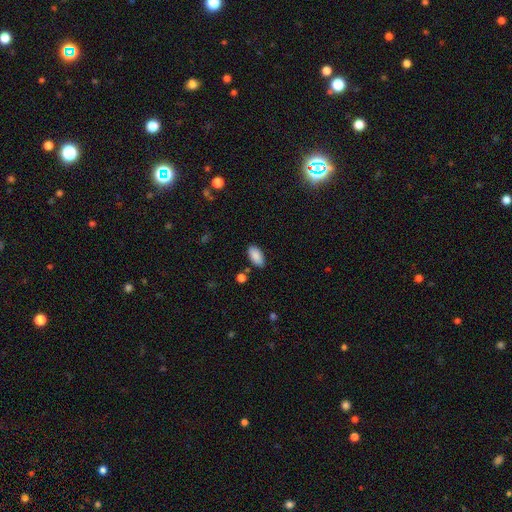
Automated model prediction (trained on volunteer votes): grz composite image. It shows a smooth galaxy with no disk features (88%) that is in between round and cigar-shaped (93%). Merging: none (83%).